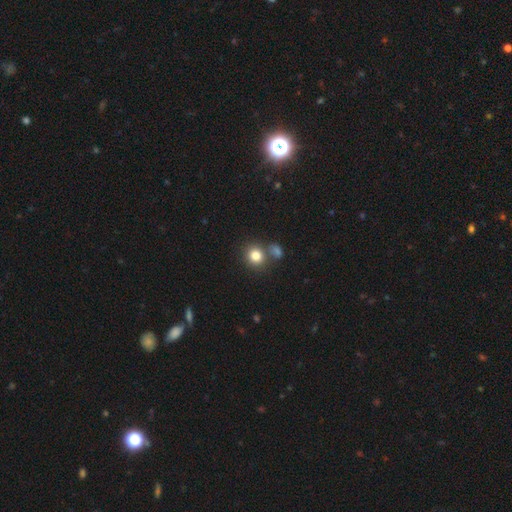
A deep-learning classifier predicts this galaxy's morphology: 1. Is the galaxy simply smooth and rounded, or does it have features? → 81% smooth, 11% star or artifact, 7% featured or disk.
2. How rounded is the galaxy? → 82% round, 17% in between, 1% cigar-shaped.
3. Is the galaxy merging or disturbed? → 66% none, 21% merger, 10% minor disturbance, 4% major disturbance.